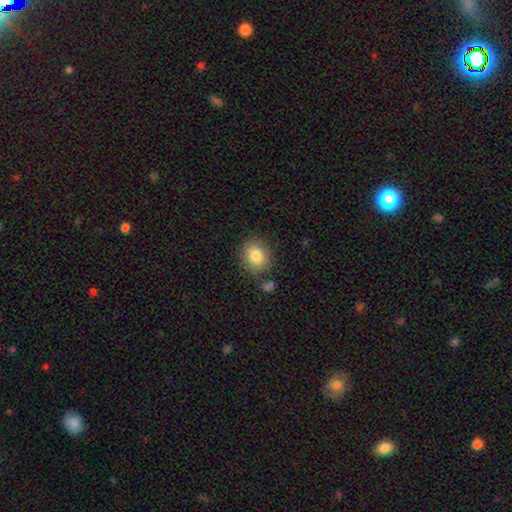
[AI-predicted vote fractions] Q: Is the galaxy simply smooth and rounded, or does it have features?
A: smooth — 83%.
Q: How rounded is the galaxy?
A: round — 69%.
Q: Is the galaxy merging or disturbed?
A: none — 81%.